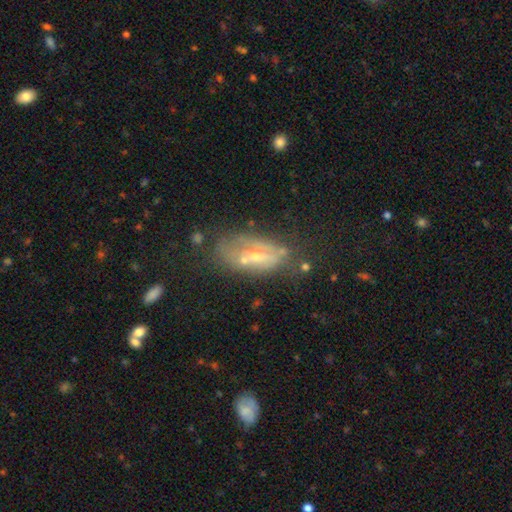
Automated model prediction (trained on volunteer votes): Smooth or featured?
  - featured or disk: 50% *
  - smooth: 35%
  - star or artifact: 15%
Edge-on disk?
  - no: 77% *
  - yes: 23%
Merging?
  - none: 48% *
  - minor disturbance: 22%
  - major disturbance: 16%
  - merger: 14%